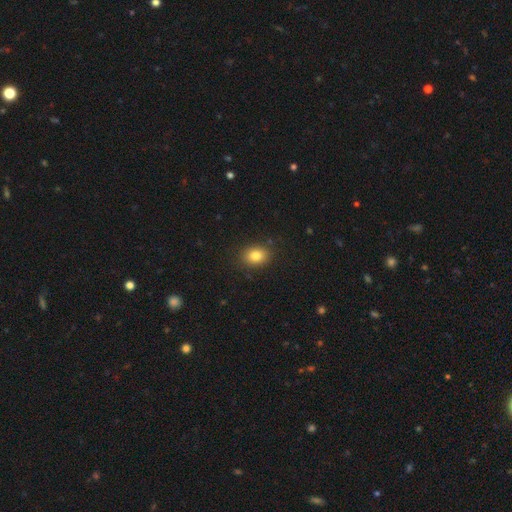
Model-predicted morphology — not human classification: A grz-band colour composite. It shows a smooth galaxy with no disk features (82%) that is in between round and cigar-shaped (59%). Merging: none (87%).